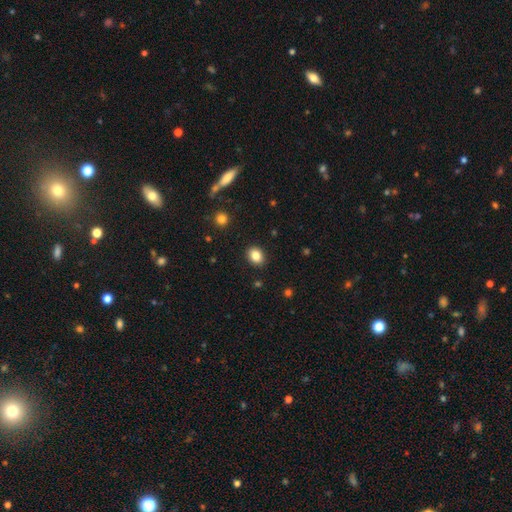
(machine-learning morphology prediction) Smooth or featured?
  - smooth: 84% *
  - star or artifact: 10%
  - featured or disk: 6%
How rounded?
  - in between: 56% *
  - round: 43%
  - cigar-shaped: 1%
Merging?
  - none: 90% *
  - minor disturbance: 7%
  - major disturbance: 2%
  - merger: 1%